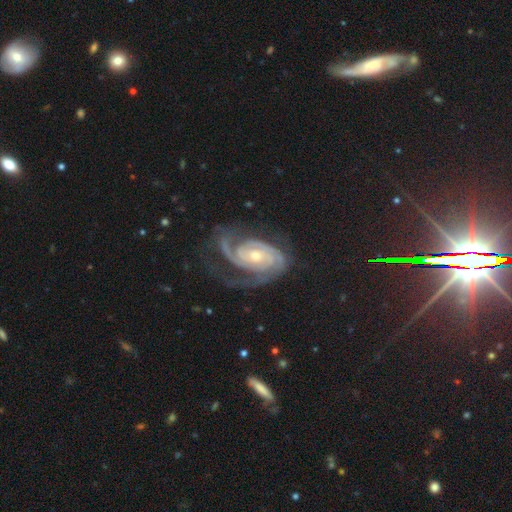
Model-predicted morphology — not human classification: A featured or disk galaxy (91%) with no bar (62%), 2 (47%) tight (68%) spiral arms (98%) and a moderate central bulge (48%). Merging: none (64%).